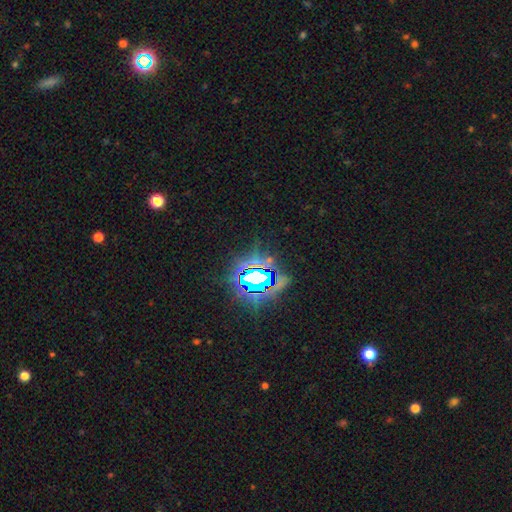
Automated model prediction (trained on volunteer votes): This is clearly a star or artifact rather than a galaxy (81%).